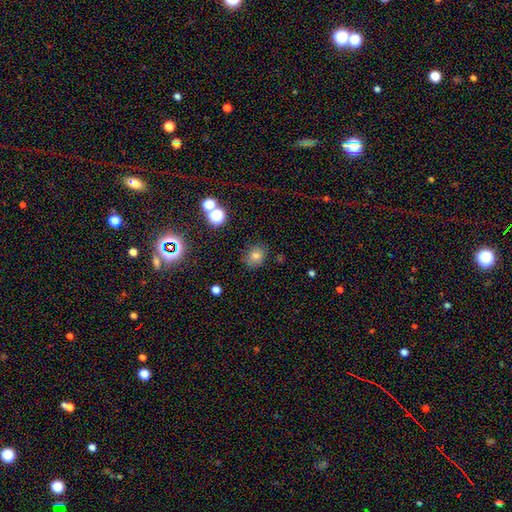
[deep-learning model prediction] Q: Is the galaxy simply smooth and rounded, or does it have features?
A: smooth — 73%.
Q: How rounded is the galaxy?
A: round — 72%.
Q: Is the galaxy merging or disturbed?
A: none — 80%.